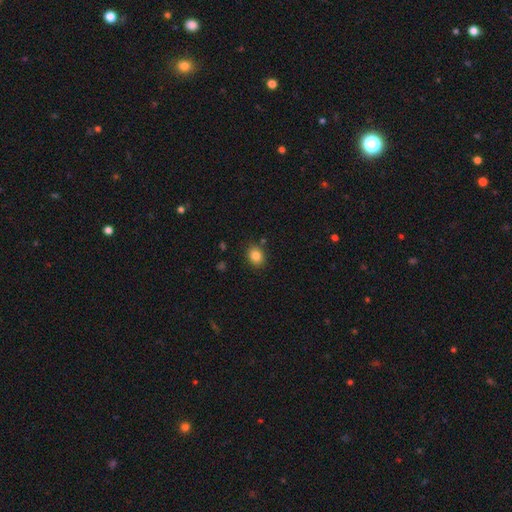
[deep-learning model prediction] Overall: smooth (84%). How rounded: in between (51%; round 48%). Merging: none (85%).